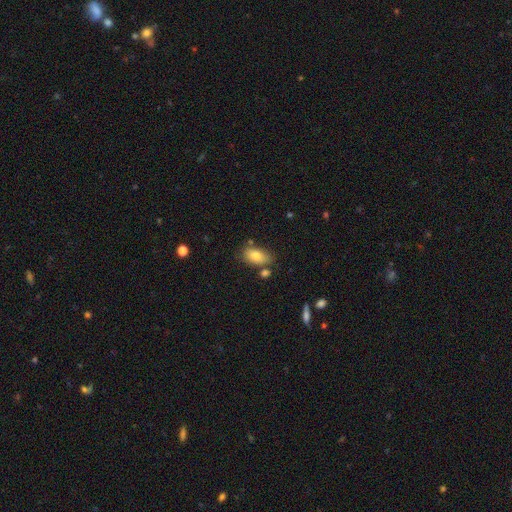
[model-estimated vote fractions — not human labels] A smooth galaxy with no disk features (80%) that is in between round and cigar-shaped (91%). Merging: none (68%).